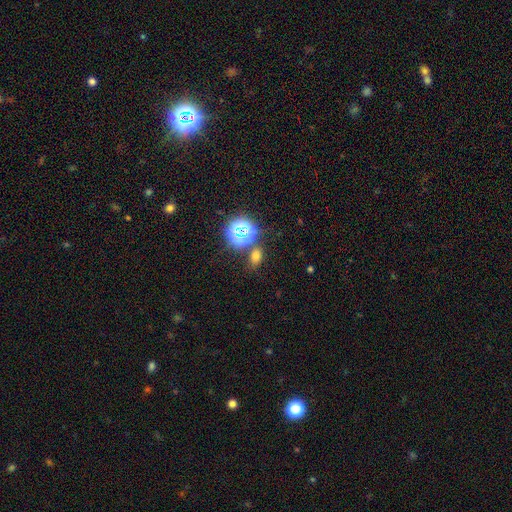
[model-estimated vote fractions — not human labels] A smooth galaxy with no disk features (63%) that is in between round and cigar-shaped (66%).

Vote fractions:
- Smooth or featured? smooth: 63% / star or artifact: 30% / featured or disk: 7%
- How rounded? in between: 66% / round: 32% / cigar-shaped: 2%
- Merging? none: 77% / minor disturbance: 11% / merger: 9% / major disturbance: 4%